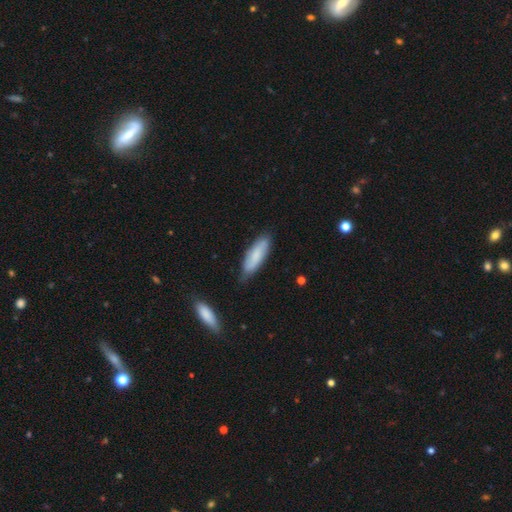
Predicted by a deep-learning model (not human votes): Overall: smooth (73%). How rounded: in between (51%; cigar-shaped 47%). Merging: none (75%).